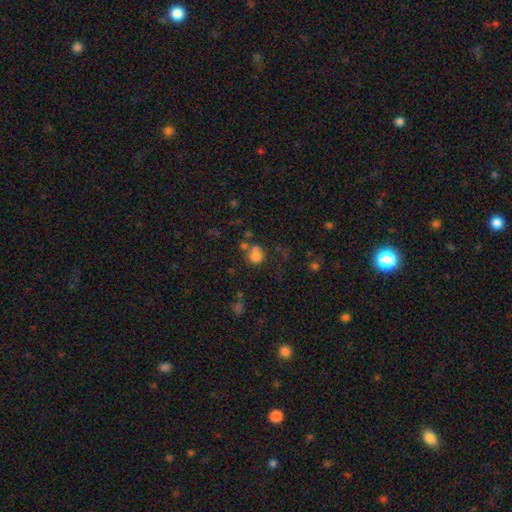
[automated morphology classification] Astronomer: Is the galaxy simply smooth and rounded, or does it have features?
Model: smooth — 74%.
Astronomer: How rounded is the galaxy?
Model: round — 67%.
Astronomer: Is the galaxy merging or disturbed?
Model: none — 39% (runner-up: merger, 31%).